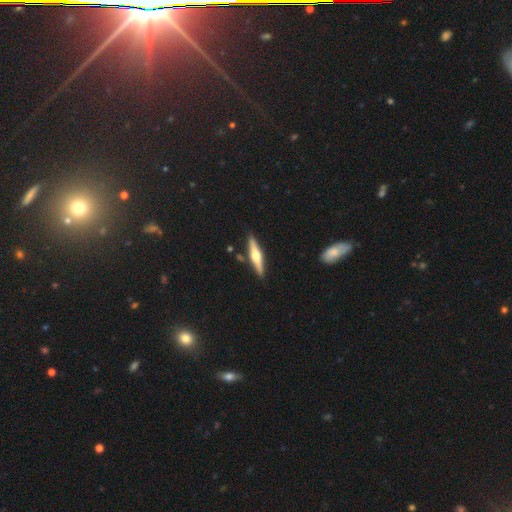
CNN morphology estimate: Smooth or featured? Predicted: featured or disk (p=0.65). Edge-on disk? Predicted: yes (p=0.96). Edge-on bulge? Predicted: rounded (p=0.94). Merging? Predicted: none (p=0.87).